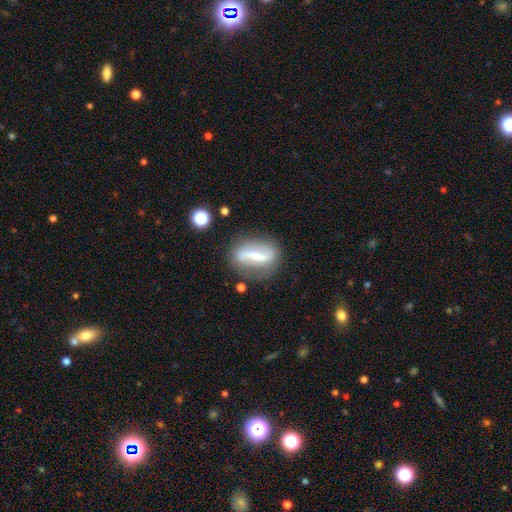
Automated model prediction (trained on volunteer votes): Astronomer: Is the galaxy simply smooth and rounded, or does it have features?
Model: featured or disk — 66%.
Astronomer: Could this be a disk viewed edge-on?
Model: no — 82%.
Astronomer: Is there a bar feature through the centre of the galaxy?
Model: strong — 66%.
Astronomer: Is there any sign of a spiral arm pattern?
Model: yes — 58% (runner-up: no, 42%).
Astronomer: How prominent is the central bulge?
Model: small — 59%.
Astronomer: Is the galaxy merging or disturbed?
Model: none — 76%.